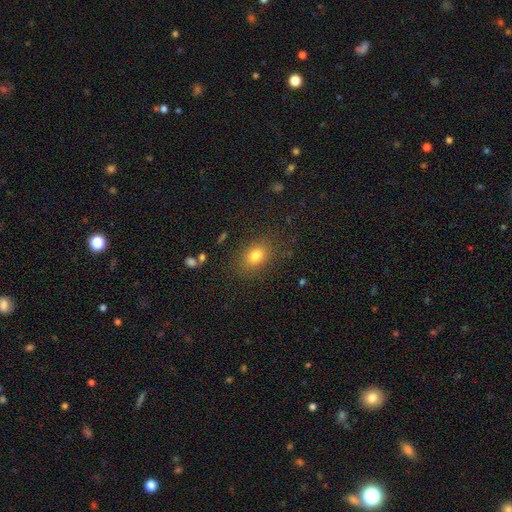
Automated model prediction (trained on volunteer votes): A smooth galaxy with no disk features (79%) that is in between round and cigar-shaped (72%).

Vote fractions:
- Smooth or featured? smooth: 79% / star or artifact: 12% / featured or disk: 10%
- How rounded? in between: 72% / round: 26% / cigar-shaped: 2%
- Merging? none: 83% / minor disturbance: 11% / major disturbance: 4% / merger: 2%